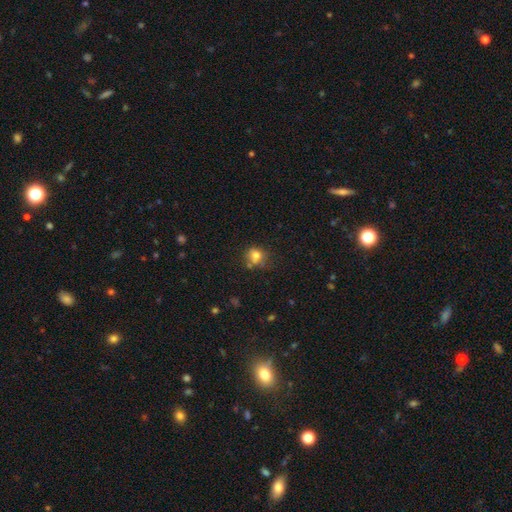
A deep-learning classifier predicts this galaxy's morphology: smooth 76%, star or artifact 13%, featured or disk 11%. Down the decision tree: how rounded — round (74%); merging — none (57%).